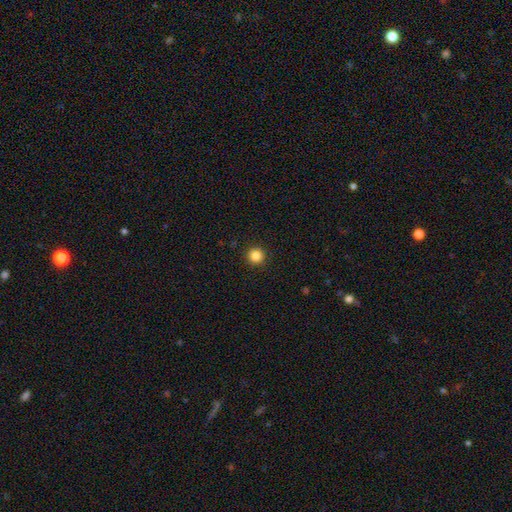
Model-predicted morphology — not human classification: smooth-or-featured: smooth: 85% | star or artifact: 11% | featured or disk: 4%
  how-rounded: round: 96% | in between: 3% | cigar-shaped: 1%
  merging: none: 93% | minor disturbance: 4% | major disturbance: 2% | merger: 1%